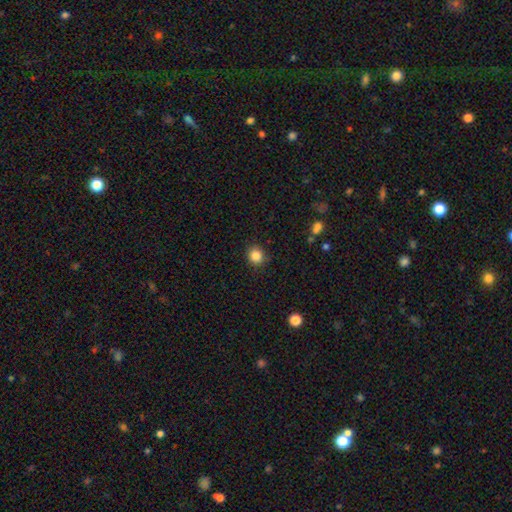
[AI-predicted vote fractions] smooth_or_featured: smooth (p=0.85) [alt: star or artifact p=0.11]
how_rounded: round (p=0.88) [alt: in between p=0.11]
merging: none (p=0.88) [alt: minor disturbance p=0.08]